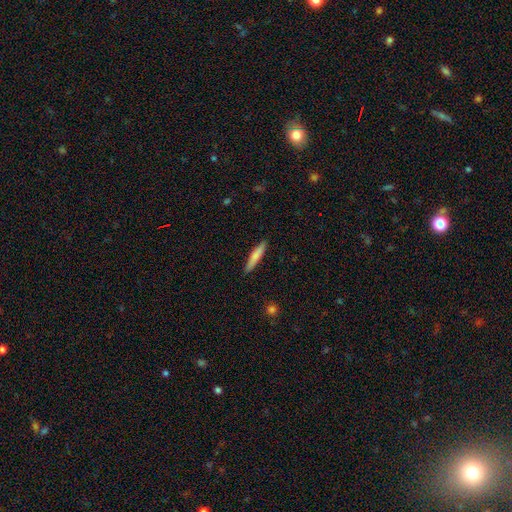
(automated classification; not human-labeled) Smooth or featured: smooth — 74% (featured or disk — 20%)
How rounded: cigar-shaped — 90% (in between — 9%)
Merging: none — 90% (minor disturbance — 7%)